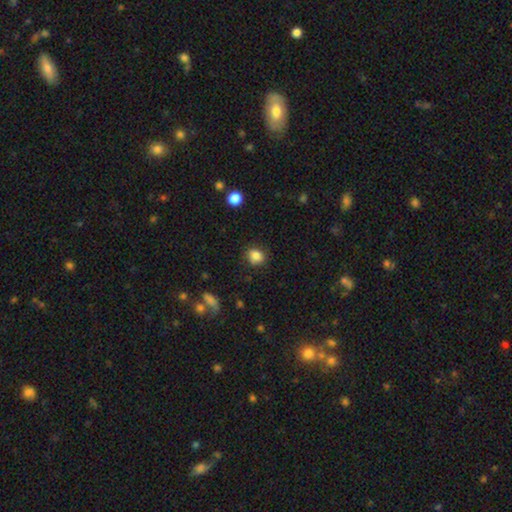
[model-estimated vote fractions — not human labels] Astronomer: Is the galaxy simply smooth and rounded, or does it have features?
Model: smooth — 84%.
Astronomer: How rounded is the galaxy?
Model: round — 65%.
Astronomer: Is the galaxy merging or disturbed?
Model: none — 79%.